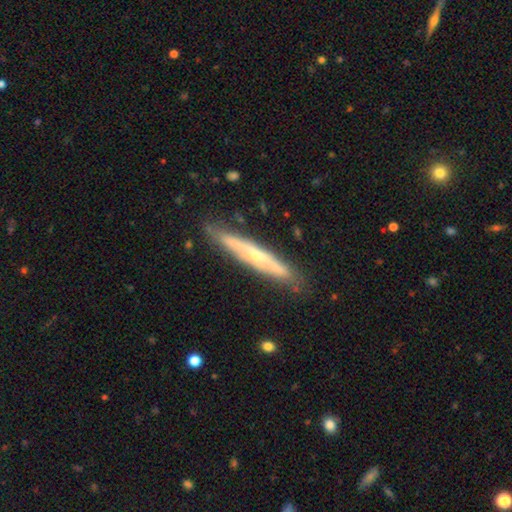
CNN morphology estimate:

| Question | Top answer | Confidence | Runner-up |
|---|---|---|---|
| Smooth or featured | featured or disk | 65% | smooth (29%) |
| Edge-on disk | yes | 83% | no (17%) |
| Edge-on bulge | rounded | 66% | none (30%) |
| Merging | none | 81% | minor disturbance (15%) |